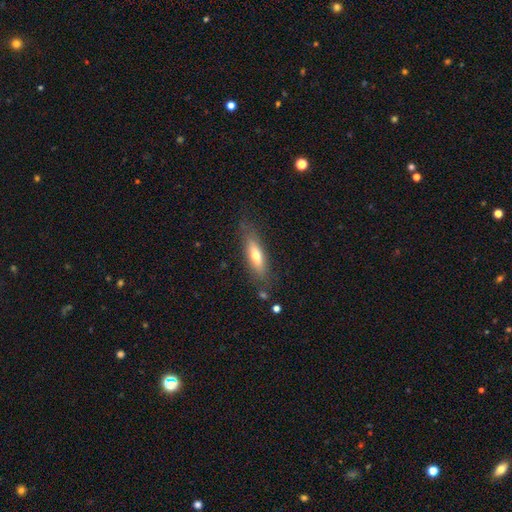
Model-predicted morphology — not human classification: Smooth or featured?
  - smooth: 61% *
  - featured or disk: 32%
  - star or artifact: 7%
How rounded?
  - cigar-shaped: 57% *
  - in between: 41%
  - round: 2%
Merging?
  - none: 75% *
  - minor disturbance: 17%
  - major disturbance: 5%
  - merger: 2%